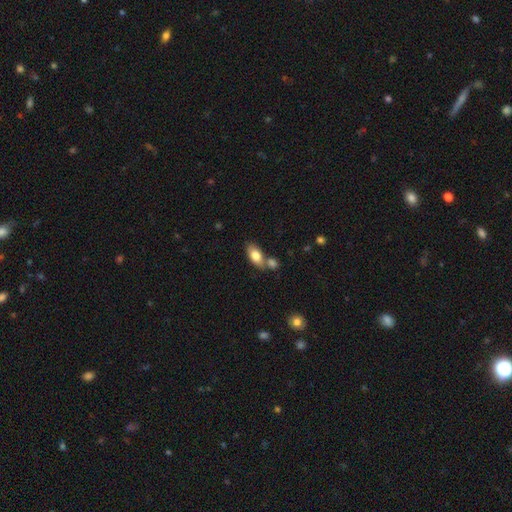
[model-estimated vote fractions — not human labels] A smooth galaxy with no disk features (78%) that is in between round and cigar-shaped (89%).

Vote fractions:
- Smooth or featured? smooth: 78% / featured or disk: 15% / star or artifact: 7%
- How rounded? in between: 89% / cigar-shaped: 6% / round: 5%
- Merging? none: 53% / merger: 31% / minor disturbance: 12% / major disturbance: 4%